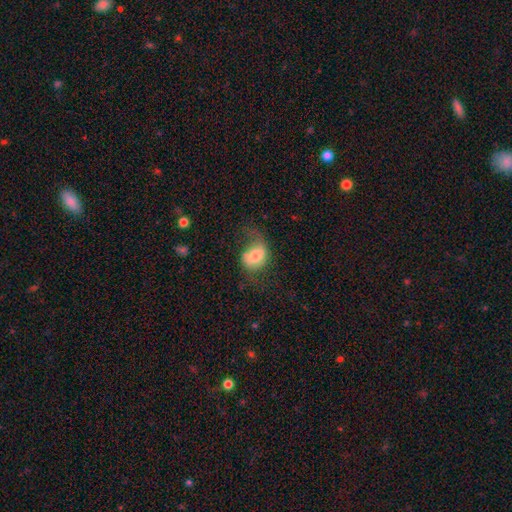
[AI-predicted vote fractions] A smooth galaxy with no disk features (56%) that is in between round and cigar-shaped (64%).

Vote fractions:
- Smooth or featured? smooth: 56% / featured or disk: 35% / star or artifact: 9%
- How rounded? in between: 64% / round: 35% / cigar-shaped: 2%
- Merging? none: 35% / major disturbance: 34% / minor disturbance: 26% / merger: 4%